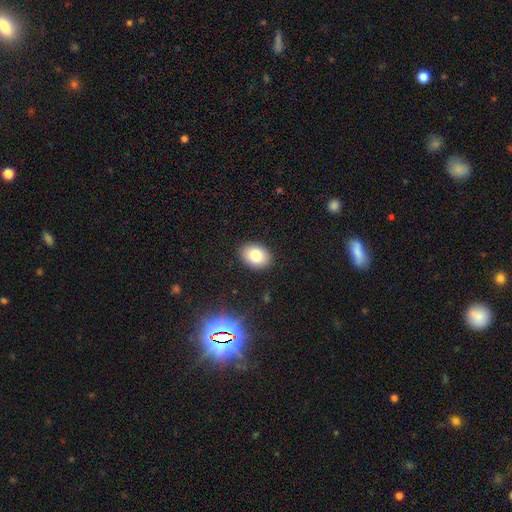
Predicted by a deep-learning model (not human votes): Overall: smooth (80%). How rounded: in between (73%). Merging: none (89%).